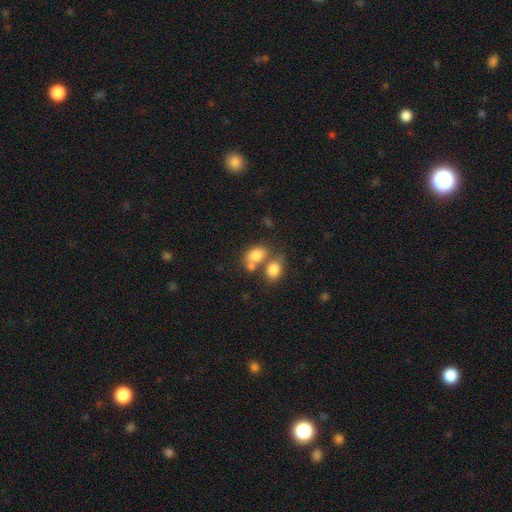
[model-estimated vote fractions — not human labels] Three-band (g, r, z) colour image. It shows a smooth galaxy with no disk features (78%) that is in between round and cigar-shaped (71%). Merging: merger (45%).